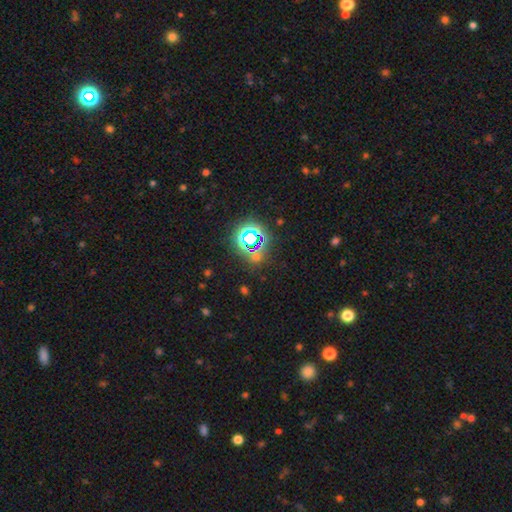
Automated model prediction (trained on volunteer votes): smooth-or-featured: star or artifact: 72% | smooth: 20% | featured or disk: 8%